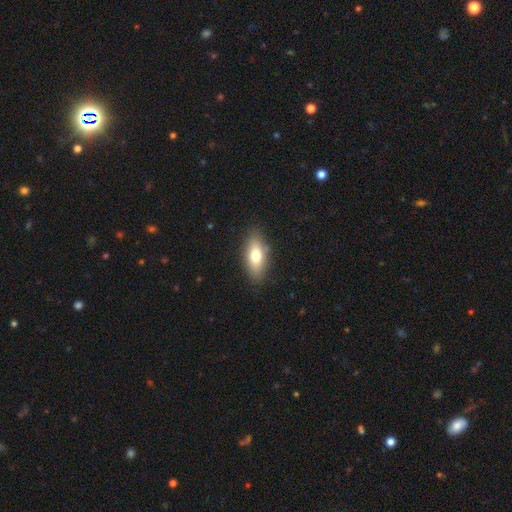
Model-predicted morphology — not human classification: This appears to be a smooth galaxy with no disk features (73%) that is in between round and cigar-shaped (84%). Merging: none (84%).